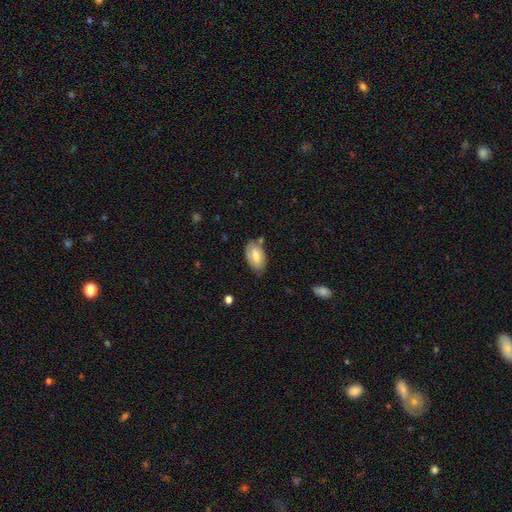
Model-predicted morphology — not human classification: This is possibly a smooth galaxy (58%). How rounded: clearly in between (92%). Merging: likely none (69%).